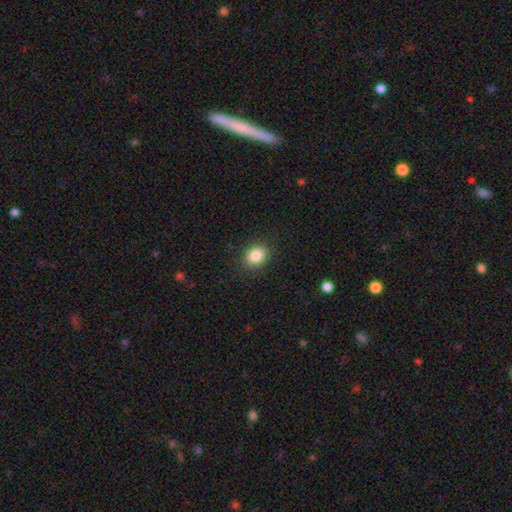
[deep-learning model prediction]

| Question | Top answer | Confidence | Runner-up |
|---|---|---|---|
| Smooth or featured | smooth | 84% | star or artifact (10%) |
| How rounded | round | 56% | in between (43%) |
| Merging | none | 88% | minor disturbance (8%) |